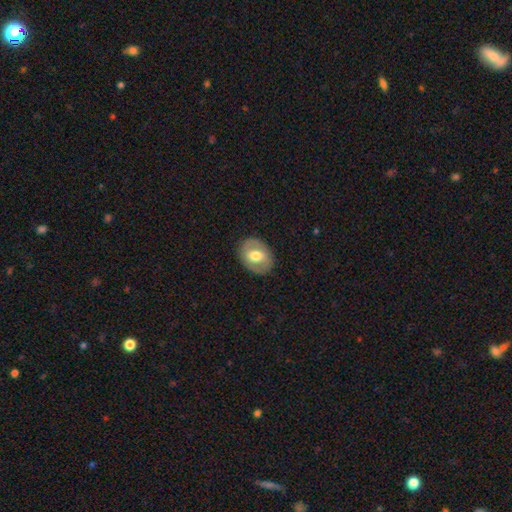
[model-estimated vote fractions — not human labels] This appears to be a smooth galaxy with no disk features (50%). Merging: none (85%).